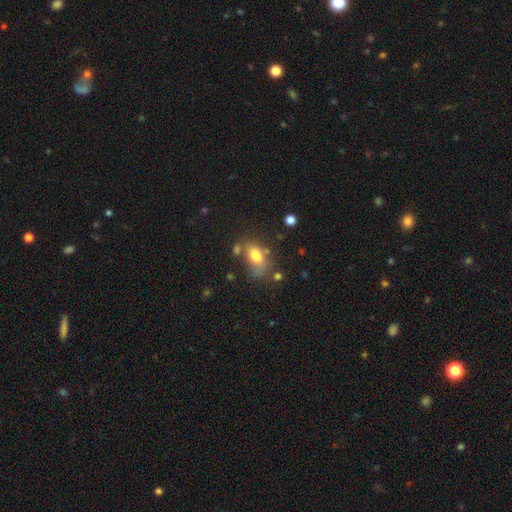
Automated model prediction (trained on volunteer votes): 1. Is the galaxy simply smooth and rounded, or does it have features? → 76% smooth, 14% featured or disk, 10% star or artifact.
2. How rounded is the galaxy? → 80% in between, 18% round, 2% cigar-shaped.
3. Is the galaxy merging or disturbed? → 42% none, 26% minor disturbance, 17% major disturbance, 15% merger.